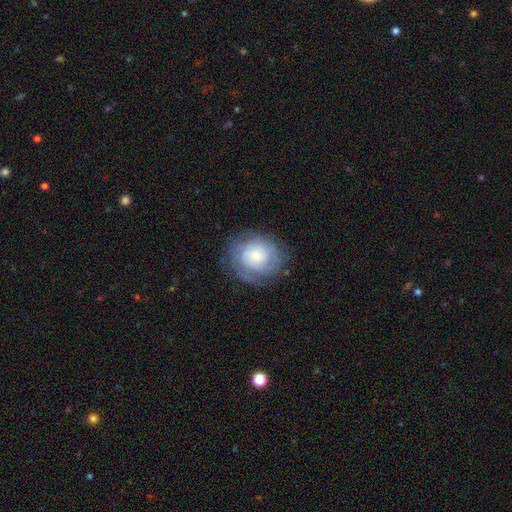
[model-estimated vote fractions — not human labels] Smooth or featured: featured or disk — 48% (smooth — 43%)
Merging: none — 73% (minor disturbance — 17%)